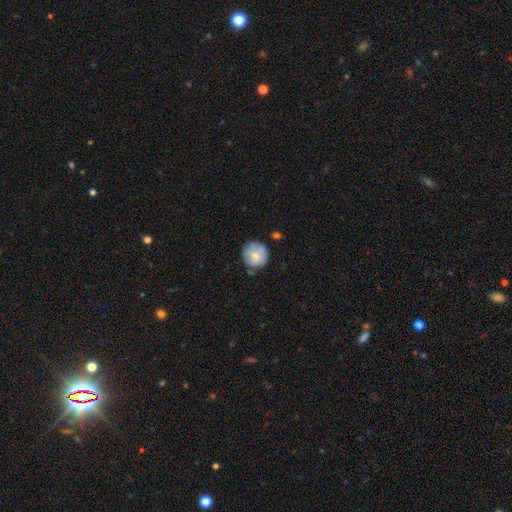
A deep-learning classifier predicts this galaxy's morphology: This appears to be a smooth galaxy with no disk features (64%) that is round (91%). Merging: none (73%).